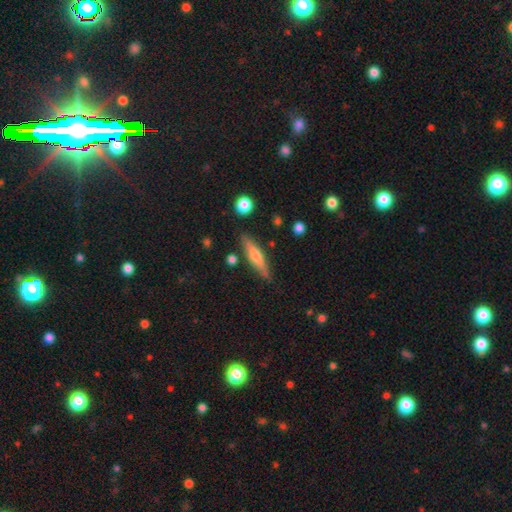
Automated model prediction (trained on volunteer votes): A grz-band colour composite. It shows a smooth galaxy with no disk features (49%). Merging: none (83%).